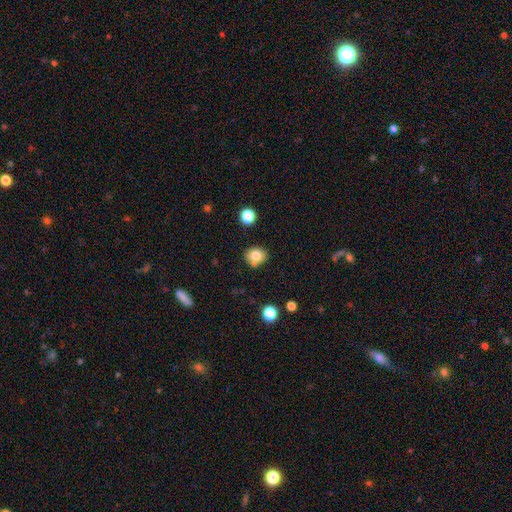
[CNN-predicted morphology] A smooth galaxy with no disk features (79%) that is round (75%).

Vote fractions:
- Smooth or featured? smooth: 79% / star or artifact: 11% / featured or disk: 10%
- How rounded? round: 75% / in between: 24% / cigar-shaped: 1%
- Merging? none: 74% / minor disturbance: 16% / merger: 6% / major disturbance: 3%